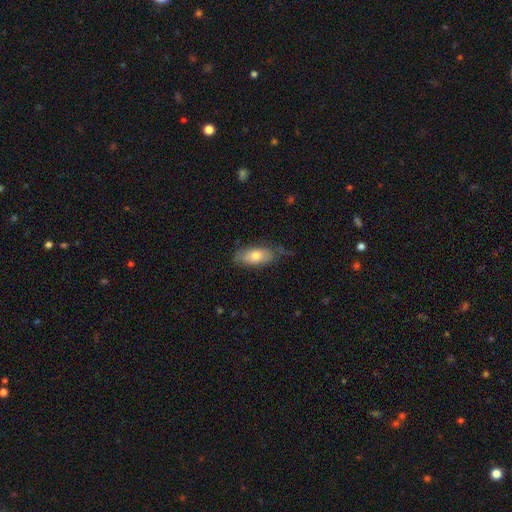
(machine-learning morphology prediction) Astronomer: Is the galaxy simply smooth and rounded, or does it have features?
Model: smooth — 69%.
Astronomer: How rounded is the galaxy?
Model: in between — 88%.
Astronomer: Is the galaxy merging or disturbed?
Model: none — 64%.